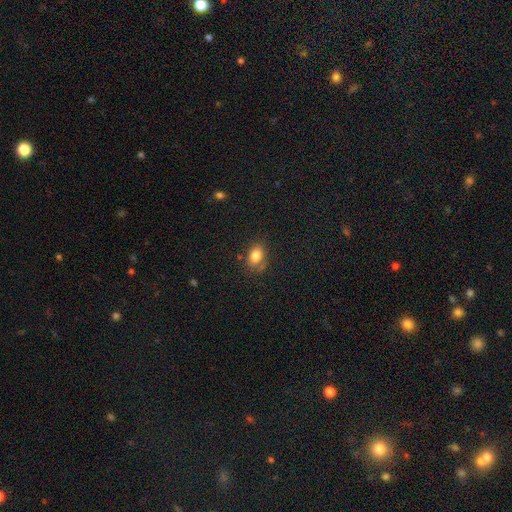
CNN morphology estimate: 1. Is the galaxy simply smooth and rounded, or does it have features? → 82% smooth, 10% star or artifact, 8% featured or disk.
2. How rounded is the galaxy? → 76% in between, 22% round, 1% cigar-shaped.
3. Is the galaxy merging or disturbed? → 70% none, 20% minor disturbance, 6% major disturbance, 5% merger.